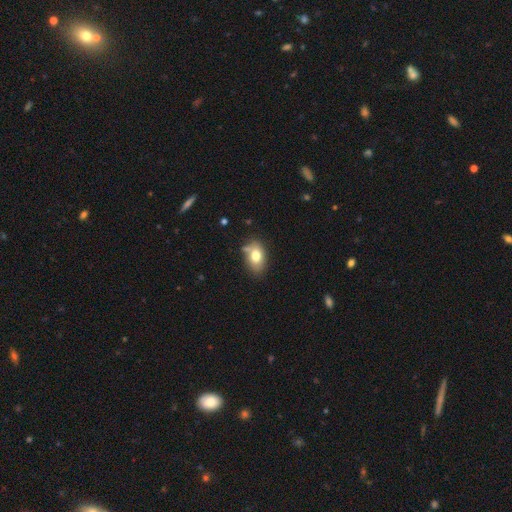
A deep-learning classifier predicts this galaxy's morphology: Smooth or featured: smooth — 77% (featured or disk — 15%)
How rounded: in between — 85% (round — 14%)
Merging: none — 64% (minor disturbance — 22%)